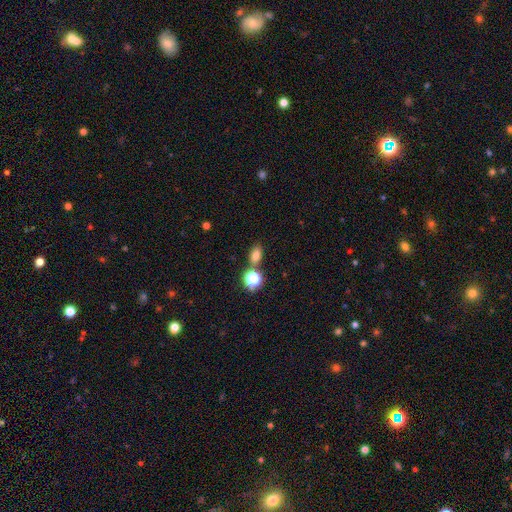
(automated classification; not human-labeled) Smooth or featured?
  - smooth: 74% *
  - star or artifact: 19%
  - featured or disk: 8%
How rounded?
  - in between: 74% *
  - round: 24%
  - cigar-shaped: 2%
Merging?
  - none: 73% *
  - merger: 14%
  - minor disturbance: 11%
  - major disturbance: 3%